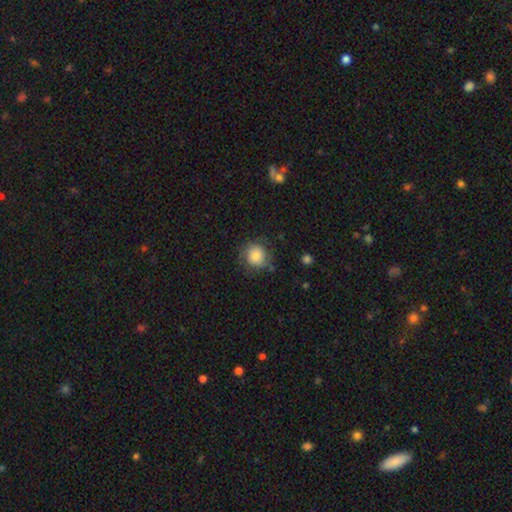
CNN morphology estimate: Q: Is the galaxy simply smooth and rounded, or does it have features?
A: smooth — 73%.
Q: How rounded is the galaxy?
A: round — 87%.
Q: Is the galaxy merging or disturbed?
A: none — 70%.